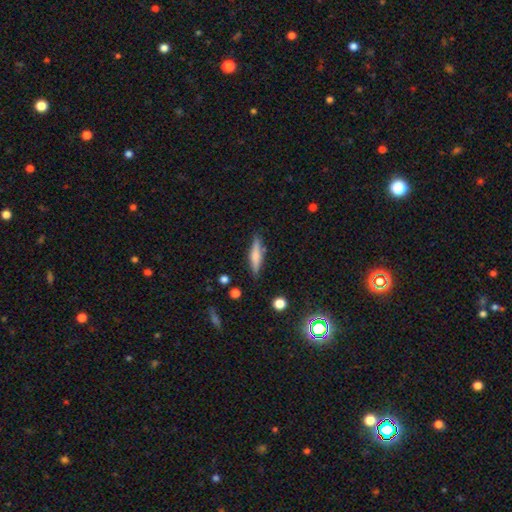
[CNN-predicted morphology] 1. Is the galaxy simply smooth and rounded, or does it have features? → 58% smooth, 35% featured or disk, 7% star or artifact.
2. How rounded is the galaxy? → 81% cigar-shaped, 17% in between, 2% round.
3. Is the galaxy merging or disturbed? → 83% none, 12% minor disturbance, 3% major disturbance, 3% merger.